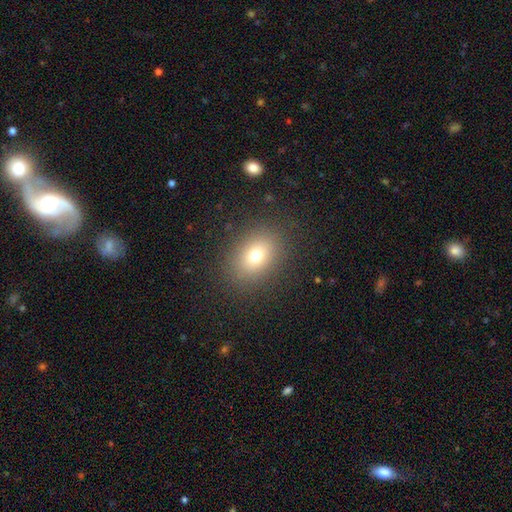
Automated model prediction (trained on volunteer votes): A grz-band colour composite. It shows a smooth galaxy with no disk features (73%) that is in between round and cigar-shaped (59%). Merging: none (86%).